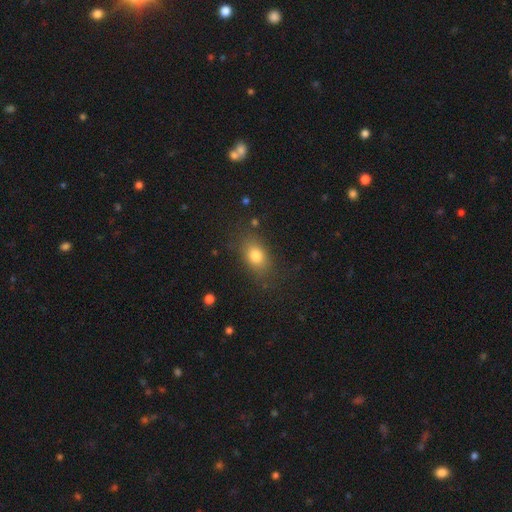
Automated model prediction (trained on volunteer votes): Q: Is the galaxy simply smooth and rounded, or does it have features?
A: smooth — 79%.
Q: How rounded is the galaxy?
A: in between — 77%.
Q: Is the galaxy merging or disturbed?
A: none — 79%.